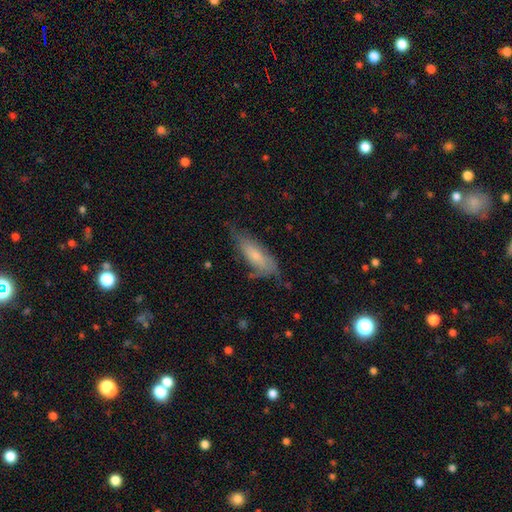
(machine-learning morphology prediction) smooth_or_featured: smooth (p=0.57) [alt: featured or disk p=0.36]
how_rounded: in between (p=0.58) [alt: cigar-shaped p=0.40]
merging: none (p=0.50) [alt: minor disturbance p=0.34]